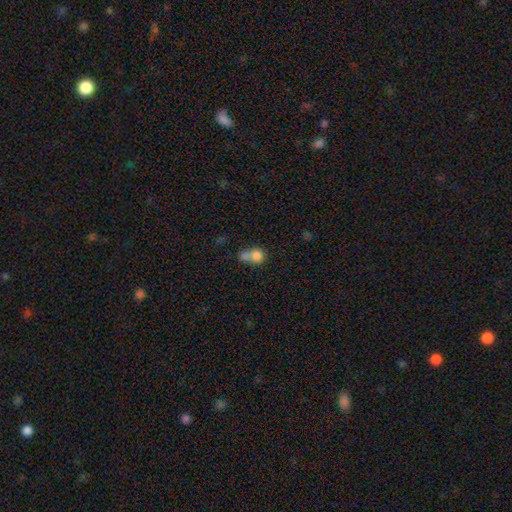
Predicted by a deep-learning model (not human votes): Q: Smooth or featured?
A: smooth (77%); runner-up: featured or disk (12%)
Q: How rounded?
A: round (75%); runner-up: in between (24%)
Q: Merging?
A: merger (58%); runner-up: none (28%)